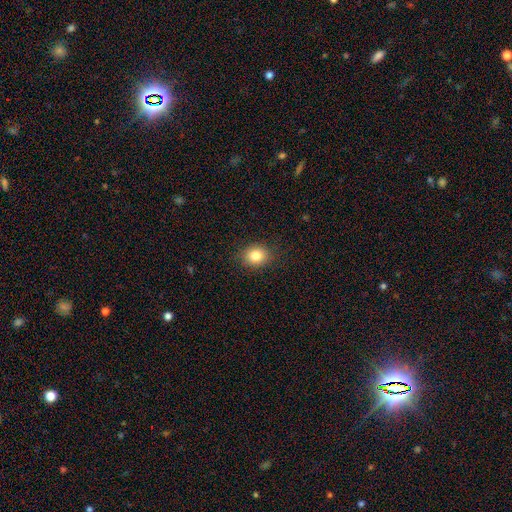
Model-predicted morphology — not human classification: smooth-or-featured: smooth: 82% | star or artifact: 10% | featured or disk: 7%
  how-rounded: round: 63% | in between: 37% | cigar-shaped: 1%
  merging: none: 88% | minor disturbance: 9% | major disturbance: 3% | merger: 1%